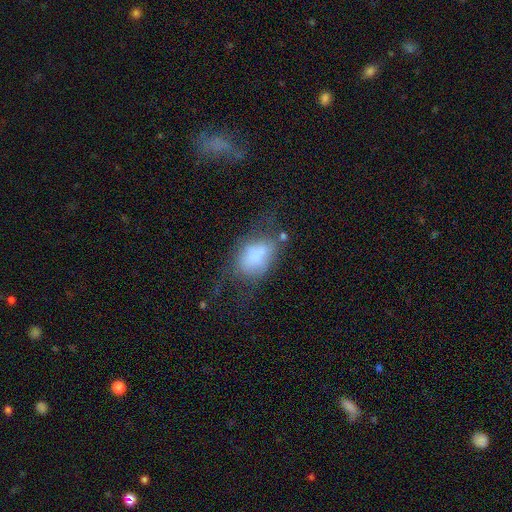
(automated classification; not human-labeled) smooth_or_featured: smooth (p=0.59) [alt: featured or disk p=0.29]
how_rounded: in between (p=0.81) [alt: round p=0.17]
merging: major disturbance (p=0.36) [alt: none p=0.27]